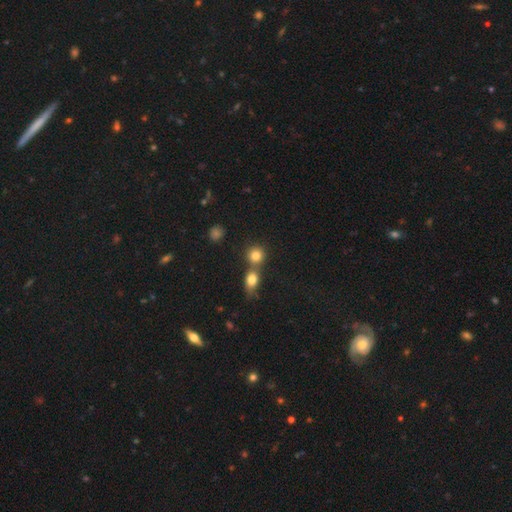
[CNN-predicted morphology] smooth 81%, star or artifact 12%, featured or disk 8%. Down the decision tree: how rounded — round (83%); merging — none (49%).